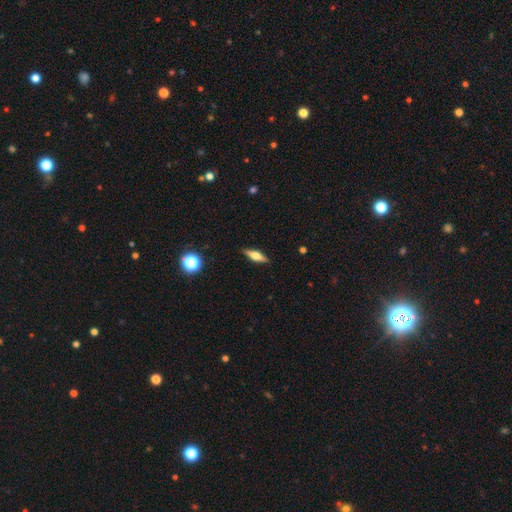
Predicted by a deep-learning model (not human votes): Morphology: type=featured or disk (46%, tied with smooth); merging=none (88%).